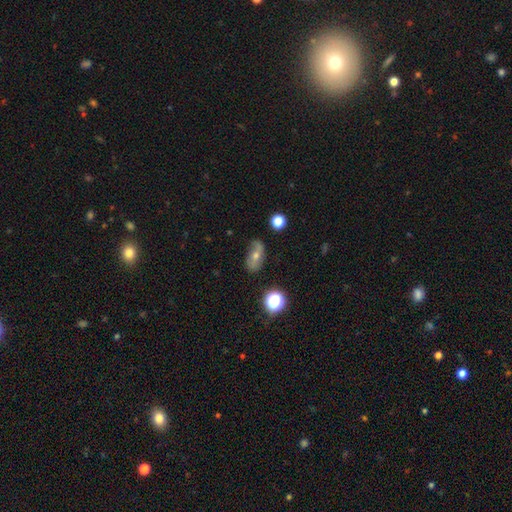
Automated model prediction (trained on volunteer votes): Smooth or featured: featured or disk — 44% (smooth — 40%)
Merging: none — 64% (minor disturbance — 25%)